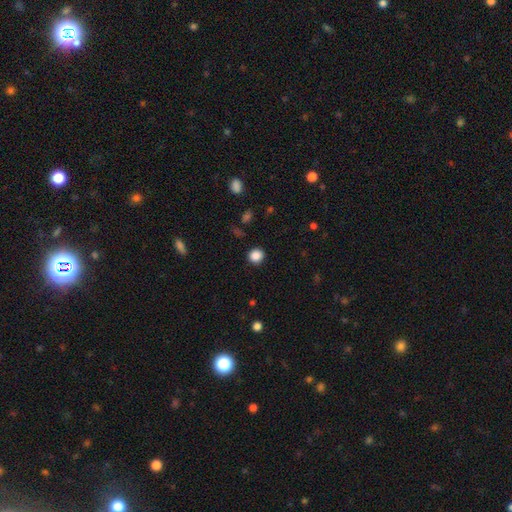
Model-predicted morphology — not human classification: smooth-or-featured: smooth: 86% | star or artifact: 11% | featured or disk: 3%
  how-rounded: round: 89% | in between: 10% | cigar-shaped: 1%
  merging: none: 90% | minor disturbance: 7% | major disturbance: 2% | merger: 1%